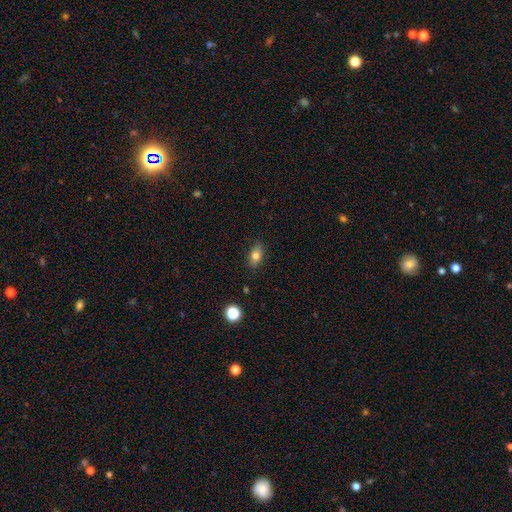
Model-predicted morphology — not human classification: Smooth or featured? smooth (78%)
How rounded? in between (83%)
Merging? none (86%)